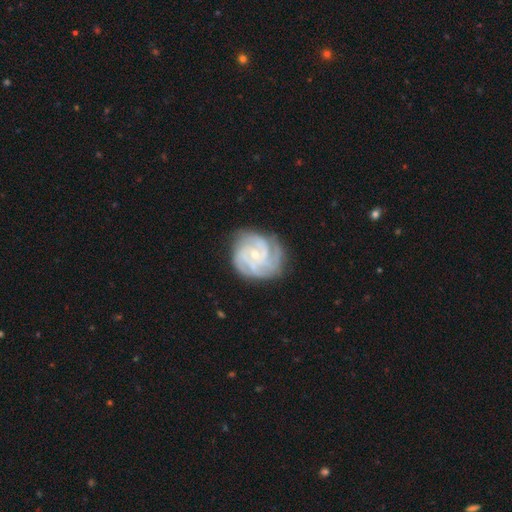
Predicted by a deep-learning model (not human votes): This appears to be a featured or disk galaxy (86%) with no bar (63%), 3 (31%) tight (70%) spiral arms (97%) and a small central bulge (69%). Merging: none (75%).